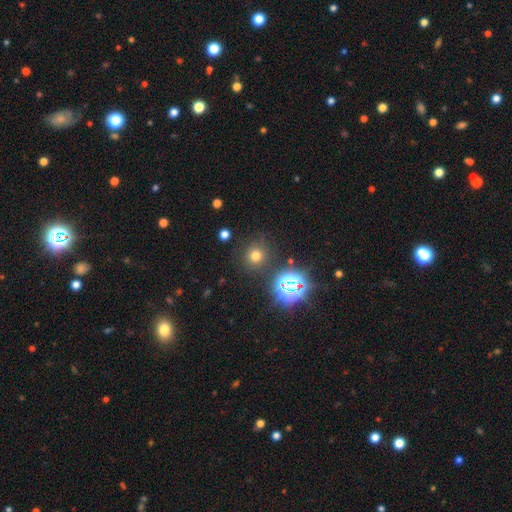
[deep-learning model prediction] Overall: smooth (63%; star or artifact 29%). How rounded: round (91%). Merging: none (85%).